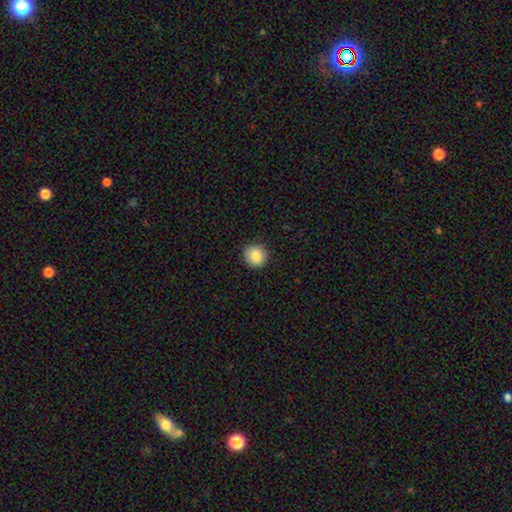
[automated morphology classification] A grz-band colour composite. It shows a smooth galaxy with no disk features (86%) that is round (93%). Merging: none (91%).